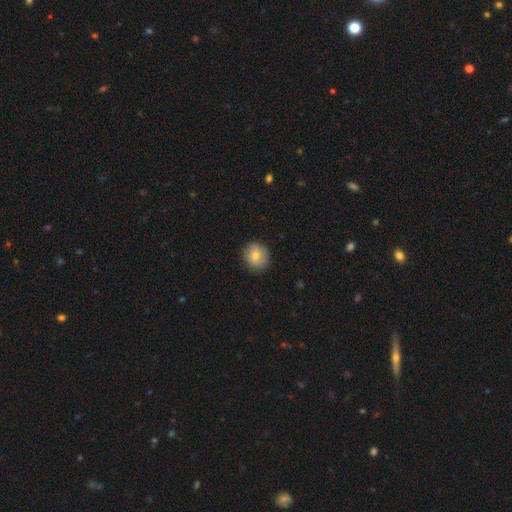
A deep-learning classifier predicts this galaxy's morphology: smooth-or-featured: smooth: 76% | featured or disk: 16% | star or artifact: 8%
  how-rounded: round: 87% | in between: 12% | cigar-shaped: 1%
  merging: none: 87% | minor disturbance: 10% | major disturbance: 2% | merger: 1%